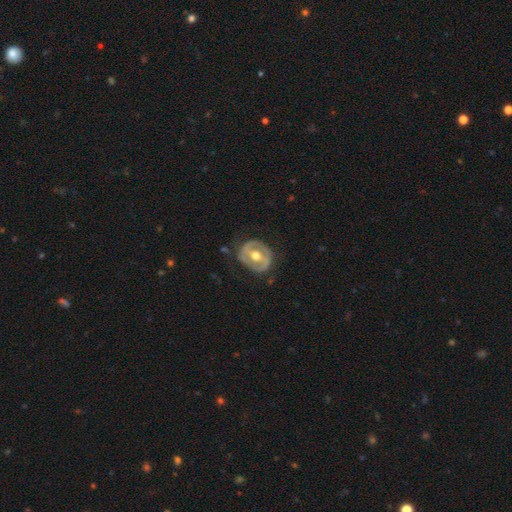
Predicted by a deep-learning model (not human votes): Q: Smooth or featured?
A: featured or disk (68%); runner-up: smooth (27%)
Q: Edge-on disk?
A: no (95%); runner-up: yes (5%)
Q: Bar?
A: no (43%); runner-up: weak (34%)
Q: Spiral arms?
A: no (61%); runner-up: yes (39%)
Q: Bulge size?
A: moderate (78%); runner-up: large (11%)
Q: Merging?
A: none (75%); runner-up: minor disturbance (17%)